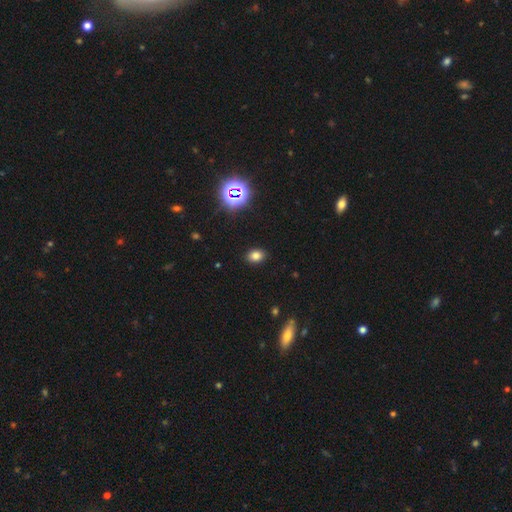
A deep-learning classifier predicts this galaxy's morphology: Overall: smooth (77%). How rounded: in between (72%). Merging: none (89%).